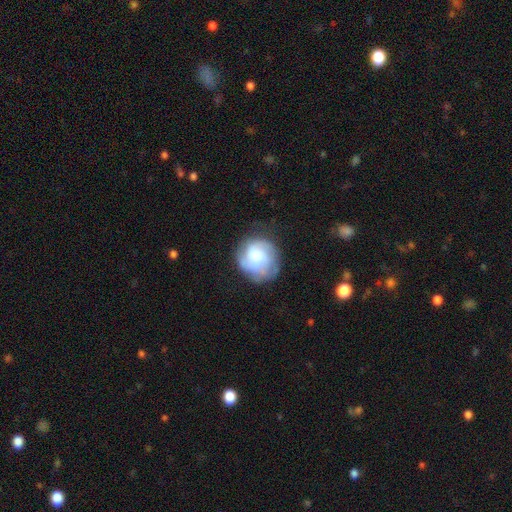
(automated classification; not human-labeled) Overall: featured or disk (46%, tied with smooth). Merging: none (63%).